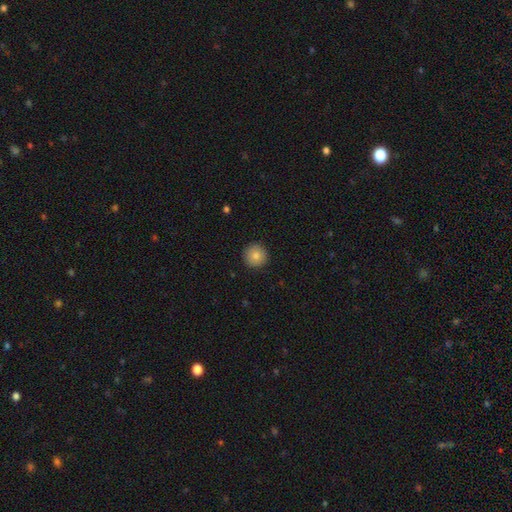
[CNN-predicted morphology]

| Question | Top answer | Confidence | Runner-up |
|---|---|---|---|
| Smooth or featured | smooth | 84% | star or artifact (9%) |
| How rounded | round | 96% | in between (3%) |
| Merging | none | 92% | minor disturbance (6%) |